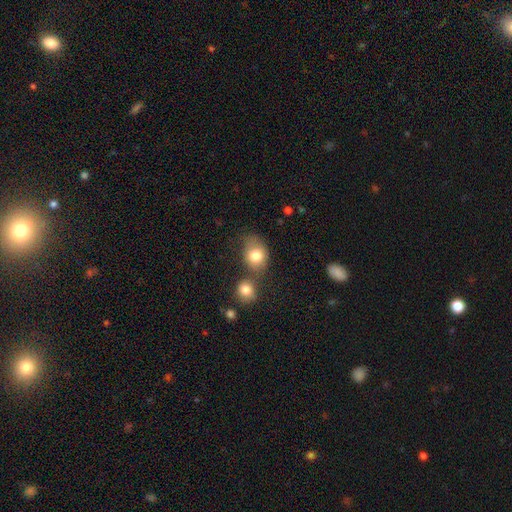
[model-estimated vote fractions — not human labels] Q: Smooth or featured?
A: smooth (80%); runner-up: featured or disk (11%)
Q: How rounded?
A: in between (54%); runner-up: round (45%)
Q: Merging?
A: none (48%); runner-up: merger (26%)